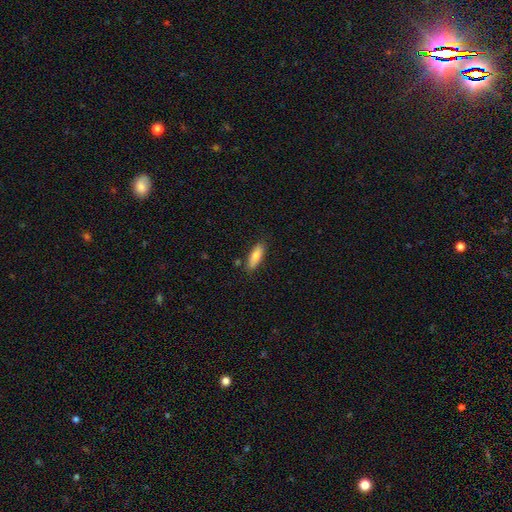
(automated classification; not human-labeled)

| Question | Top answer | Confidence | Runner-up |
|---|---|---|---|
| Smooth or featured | smooth | 77% | featured or disk (16%) |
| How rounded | in between | 57% | cigar-shaped (41%) |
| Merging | none | 83% | minor disturbance (12%) |